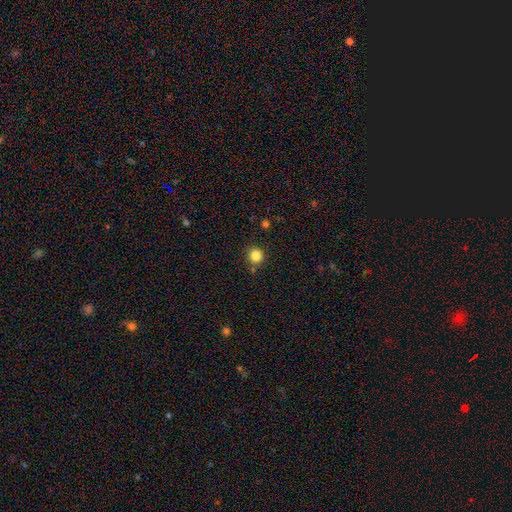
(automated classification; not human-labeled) A smooth galaxy with no disk features (84%) that is round (93%). Merging: none (87%).